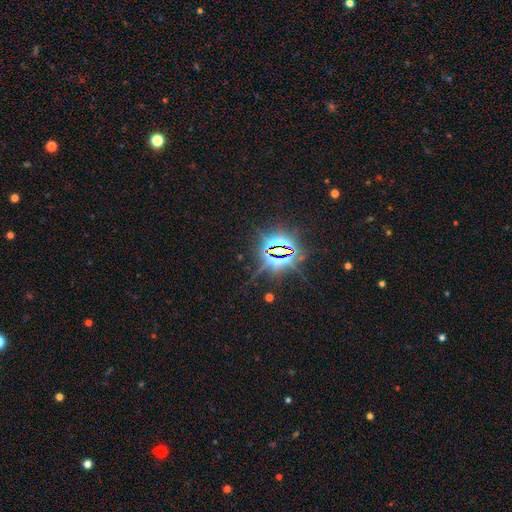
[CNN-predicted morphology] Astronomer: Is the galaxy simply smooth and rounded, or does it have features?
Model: star or artifact — 84%.